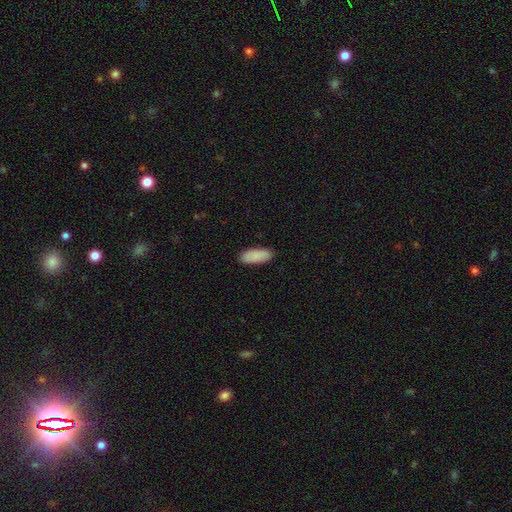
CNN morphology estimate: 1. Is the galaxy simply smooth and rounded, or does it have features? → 90% smooth, 6% star or artifact, 5% featured or disk.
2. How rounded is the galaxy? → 80% in between, 18% cigar-shaped, 2% round.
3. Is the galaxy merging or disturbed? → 89% none, 9% minor disturbance, 2% major disturbance, 1% merger.